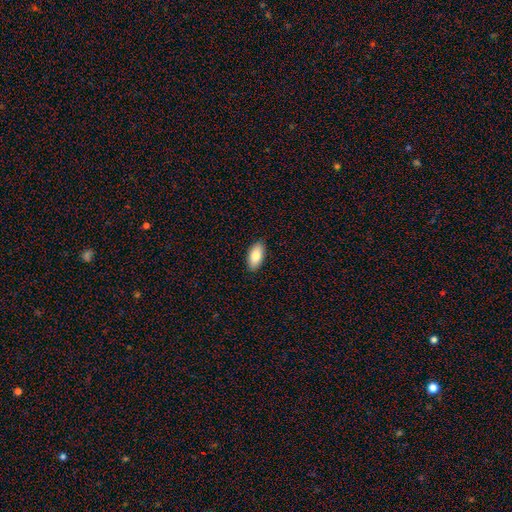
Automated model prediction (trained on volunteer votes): smooth 83%, featured or disk 10%, star or artifact 6%. Down the decision tree: how rounded — in between (93%); merging — none (90%).